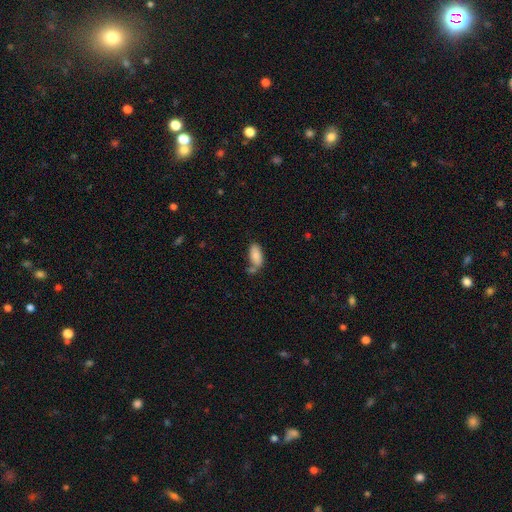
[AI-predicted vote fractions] Smooth or featured: smooth — 82% (featured or disk — 11%)
How rounded: in between — 91% (cigar-shaped — 7%)
Merging: none — 50% (merger — 23%)